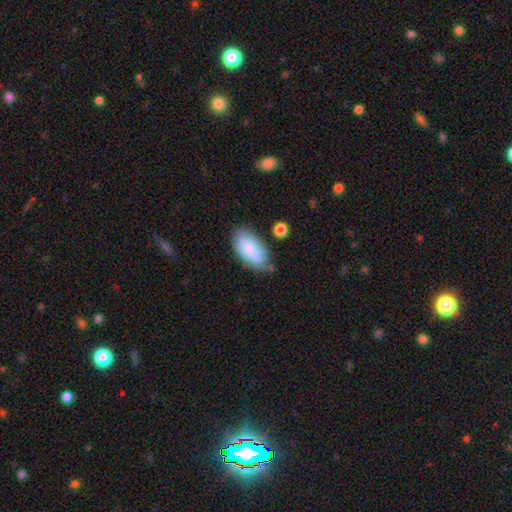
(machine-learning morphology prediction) smooth-or-featured: smooth: 78% | featured or disk: 15% | star or artifact: 7%
  how-rounded: in between: 94% | round: 3% | cigar-shaped: 3%
  merging: none: 59% | minor disturbance: 26% | merger: 7% | major disturbance: 7%